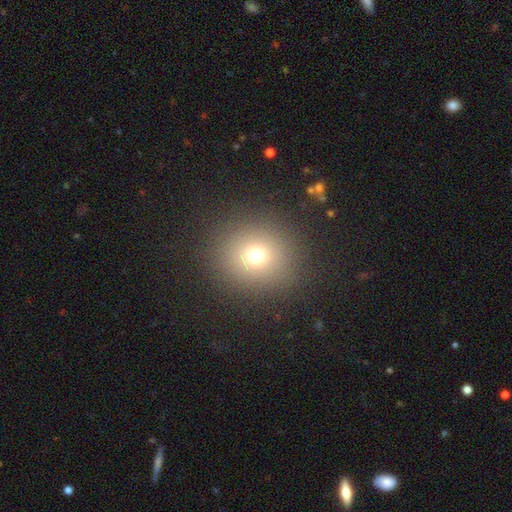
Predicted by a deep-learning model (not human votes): Q: Smooth or featured?
A: smooth (69%); runner-up: star or artifact (20%)
Q: How rounded?
A: round (87%); runner-up: in between (13%)
Q: Merging?
A: none (88%); runner-up: minor disturbance (7%)